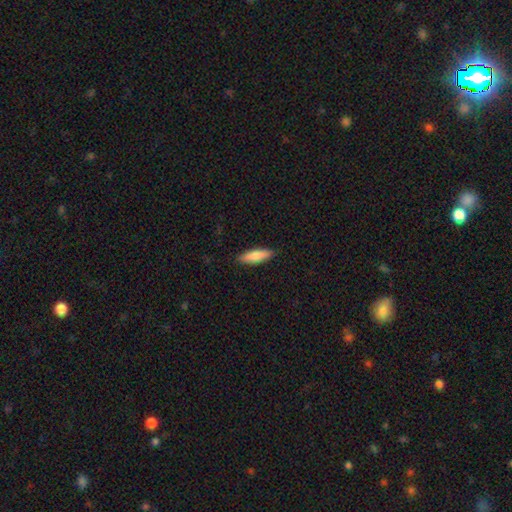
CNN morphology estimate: A smooth galaxy with no disk features (79%) that is cigar-shaped (58%). Merging: none (89%).